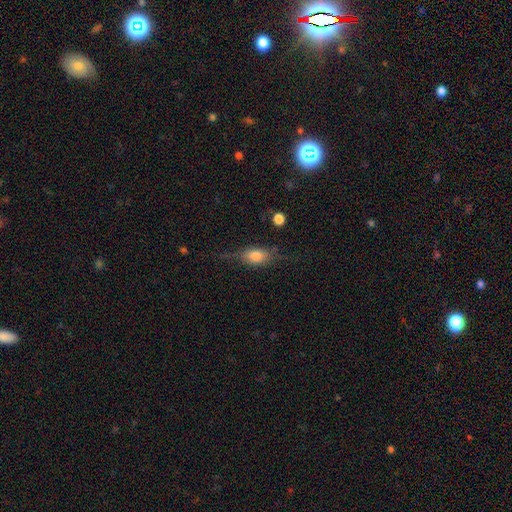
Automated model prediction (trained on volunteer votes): A smooth galaxy with no disk features (58%) that is in between round and cigar-shaped (71%). Merging: none (59%).